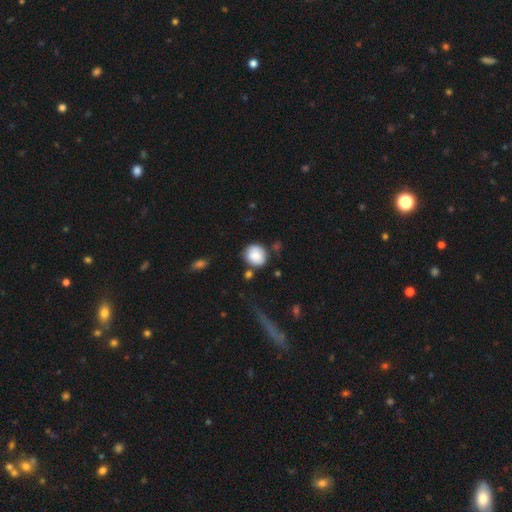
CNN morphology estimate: smooth 79%, featured or disk 13%, star or artifact 8%. Down the decision tree: how rounded — round (83%); merging — none (70%).